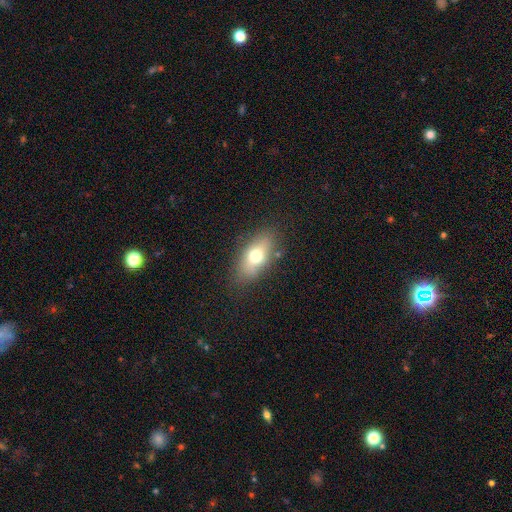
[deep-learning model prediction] smooth 68%, featured or disk 22%, star or artifact 9%. Down the decision tree: how rounded — in between (82%); merging — none (80%).